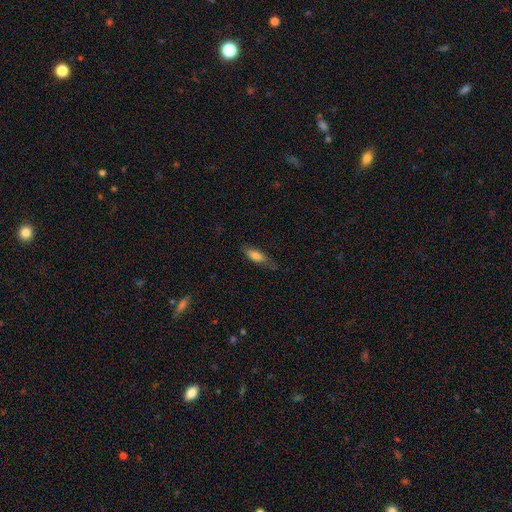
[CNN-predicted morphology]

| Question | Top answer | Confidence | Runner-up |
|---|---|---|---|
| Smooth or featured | smooth | 75% | featured or disk (18%) |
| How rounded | in between | 65% | cigar-shaped (32%) |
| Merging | none | 63% | minor disturbance (27%) |